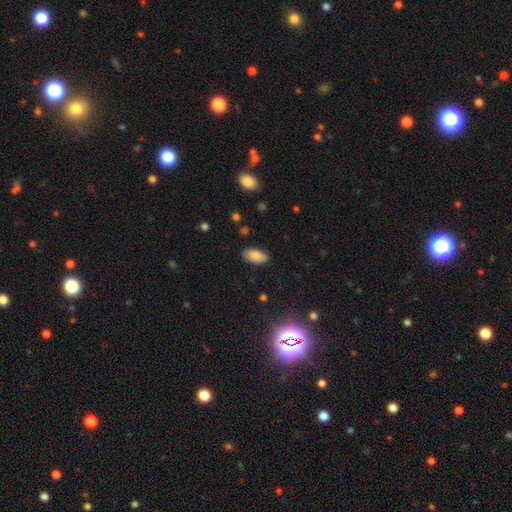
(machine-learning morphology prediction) Overall: smooth (85%). How rounded: in between (94%). Merging: none (86%).